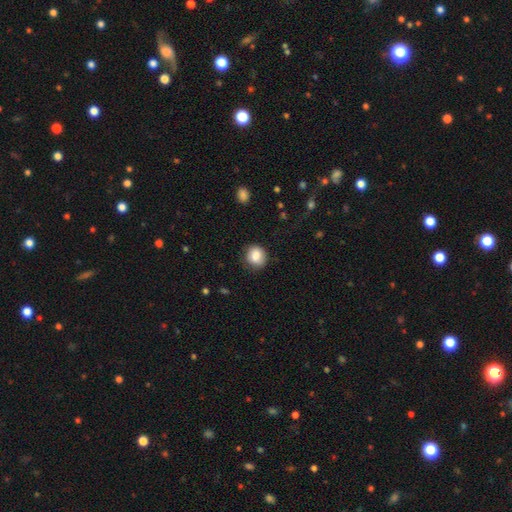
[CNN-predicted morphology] Smooth or featured?
  - smooth: 85% *
  - star or artifact: 8%
  - featured or disk: 7%
How rounded?
  - round: 76% *
  - in between: 23%
  - cigar-shaped: 1%
Merging?
  - none: 78% *
  - minor disturbance: 16%
  - major disturbance: 5%
  - merger: 1%